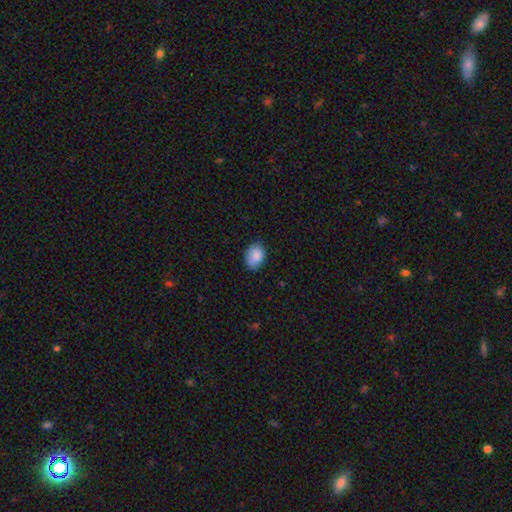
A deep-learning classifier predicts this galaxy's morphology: Smooth or featured? Predicted: smooth (p=0.88). How rounded? Predicted: in between (p=0.70). Merging? Predicted: none (p=0.76).